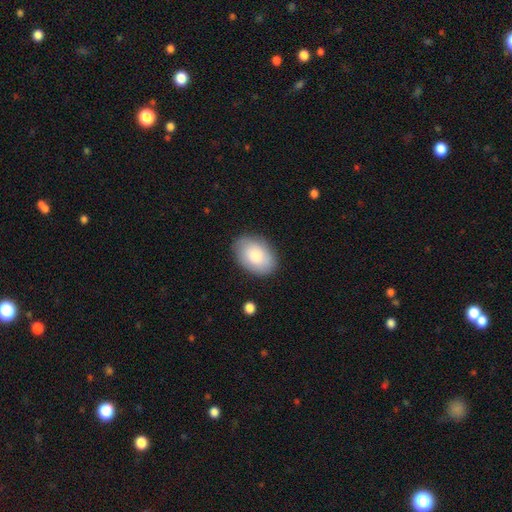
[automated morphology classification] smooth 82%, featured or disk 12%, star or artifact 6%. Down the decision tree: how rounded — in between (87%); merging — none (83%).